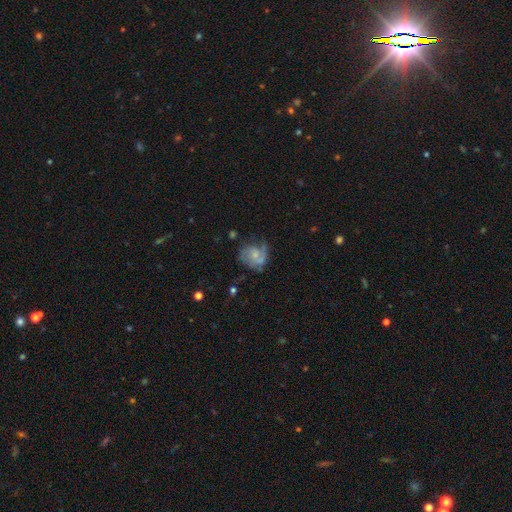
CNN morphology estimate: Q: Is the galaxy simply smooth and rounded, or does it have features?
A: featured or disk — 64%.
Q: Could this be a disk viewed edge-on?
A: no — 98%.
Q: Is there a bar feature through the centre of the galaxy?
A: no — 70%.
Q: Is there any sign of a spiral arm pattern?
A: yes — 85%.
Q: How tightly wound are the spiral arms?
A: medium — 41%.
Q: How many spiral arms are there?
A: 2 — 39%.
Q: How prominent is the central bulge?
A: small — 53%.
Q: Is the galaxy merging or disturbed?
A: none — 47%.